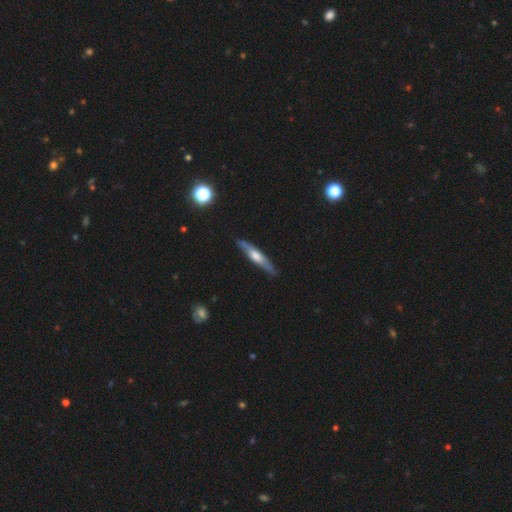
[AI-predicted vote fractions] A featured or disk galaxy (59%) viewed edge-on (92%) with a rounded central bulge (74%). Merging: none (85%).